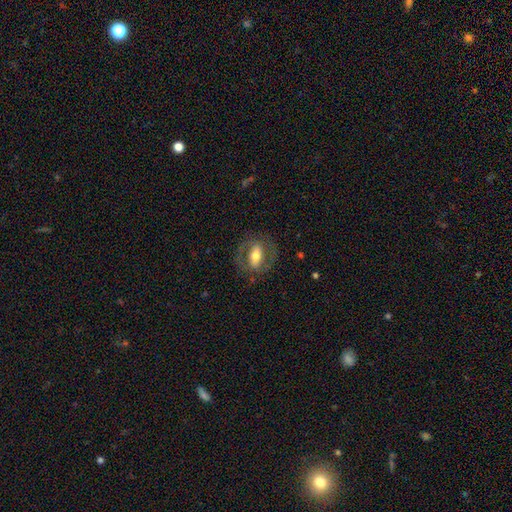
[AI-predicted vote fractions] Smooth or featured? Predicted: featured or disk (p=0.57). Edge-on disk? Predicted: no (p=0.91). Bar? Predicted: strong (p=0.43). Spiral arms? Predicted: yes (p=0.51). Bulge size? Predicted: moderate (p=0.62). Merging? Predicted: none (p=0.74).